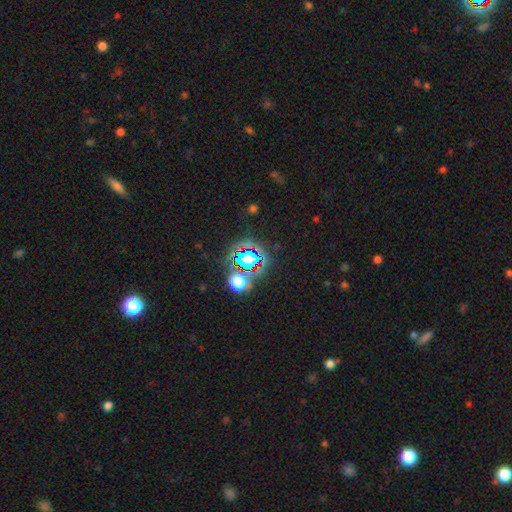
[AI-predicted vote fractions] This appears to be a star or artifact, not a galaxy (75%).